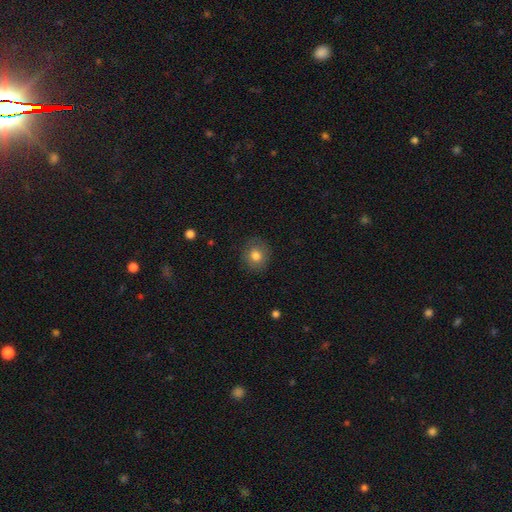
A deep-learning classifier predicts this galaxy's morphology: Q: Smooth or featured?
A: smooth (80%); runner-up: featured or disk (10%)
Q: How rounded?
A: round (78%); runner-up: in between (21%)
Q: Merging?
A: none (86%); runner-up: minor disturbance (10%)